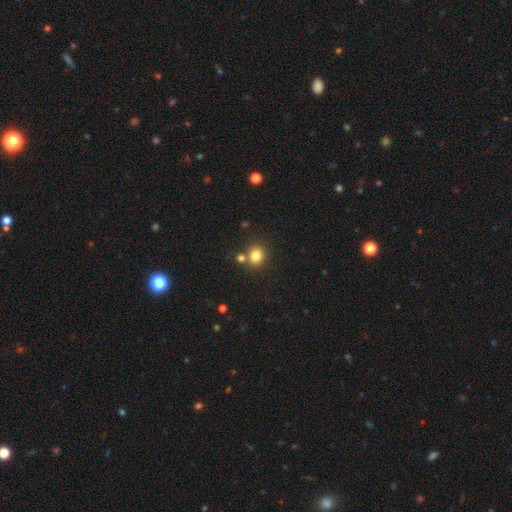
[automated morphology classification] This appears to be a smooth galaxy with no disk features (81%) that is round (74%). Merging: none (72%).